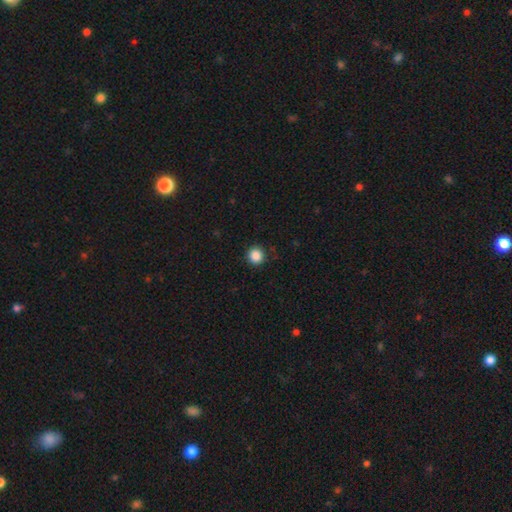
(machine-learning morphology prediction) Q: Smooth or featured?
A: smooth (87%); runner-up: star or artifact (10%)
Q: How rounded?
A: round (93%); runner-up: in between (6%)
Q: Merging?
A: none (90%); runner-up: minor disturbance (7%)